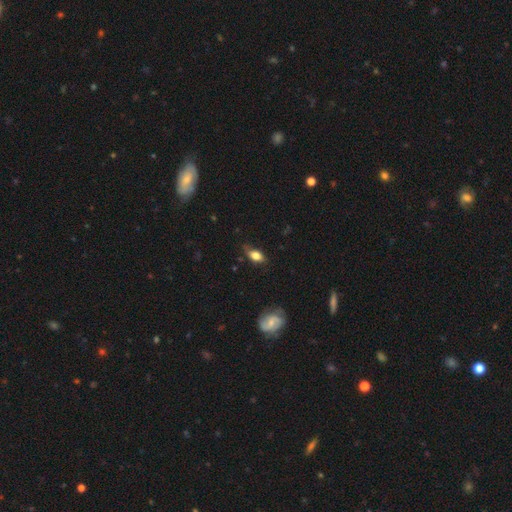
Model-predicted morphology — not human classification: Smooth or featured: smooth — 72% (featured or disk — 20%)
How rounded: in between — 82% (round — 9%)
Merging: none — 61% (minor disturbance — 29%)